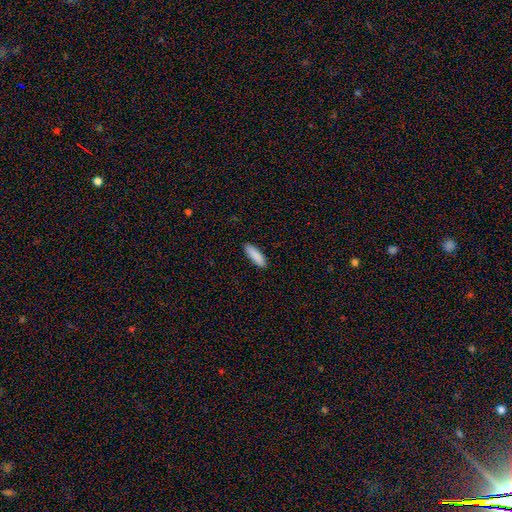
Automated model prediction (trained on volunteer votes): Smooth or featured? Predicted: smooth (p=0.90). How rounded? Predicted: cigar-shaped (p=0.56). Merging? Predicted: none (p=0.90).